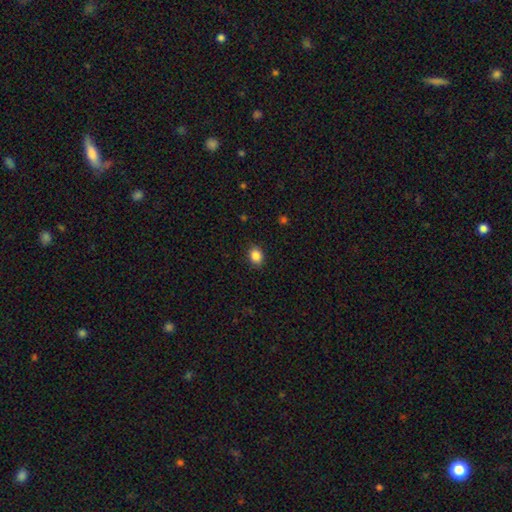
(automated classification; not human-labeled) Overall: smooth (87%). How rounded: in between (57%; round 42%). Merging: none (89%).